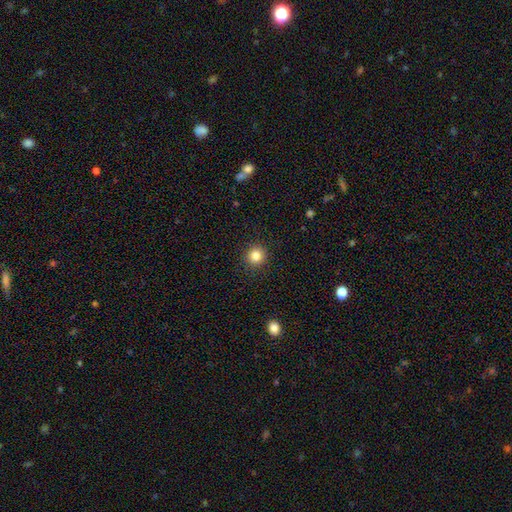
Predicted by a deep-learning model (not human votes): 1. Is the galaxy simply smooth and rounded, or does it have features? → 84% smooth, 12% star or artifact, 5% featured or disk.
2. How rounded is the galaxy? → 93% round, 6% in between, 1% cigar-shaped.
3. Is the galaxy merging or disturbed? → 92% none, 5% minor disturbance, 2% major disturbance, 1% merger.